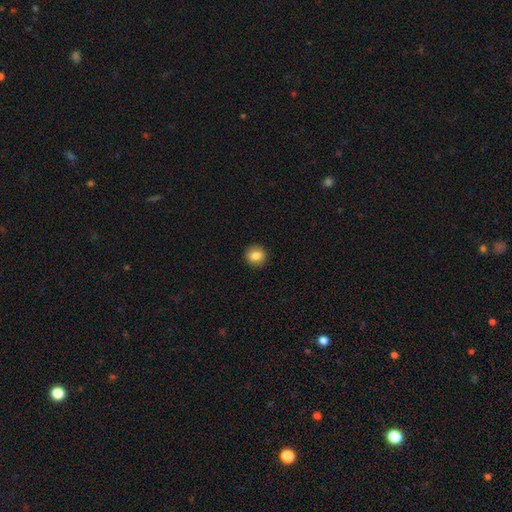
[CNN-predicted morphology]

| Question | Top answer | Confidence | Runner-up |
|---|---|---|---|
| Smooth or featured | smooth | 84% | star or artifact (9%) |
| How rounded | round | 86% | in between (13%) |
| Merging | none | 91% | minor disturbance (6%) |